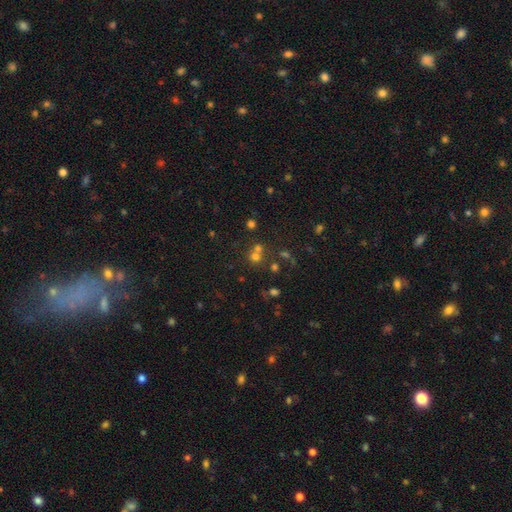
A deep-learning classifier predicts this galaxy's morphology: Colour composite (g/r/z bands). It shows a smooth galaxy with no disk features (57%) that is round (87%). Merging: none (54%).